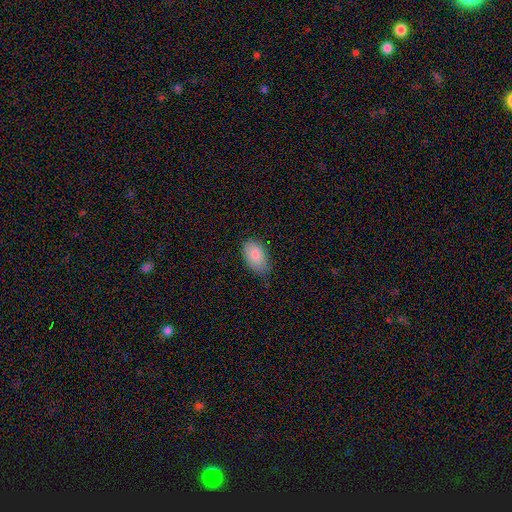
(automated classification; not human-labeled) Smooth or featured? Predicted: smooth (p=0.87). How rounded? Predicted: in between (p=0.94). Merging? Predicted: none (p=0.64).